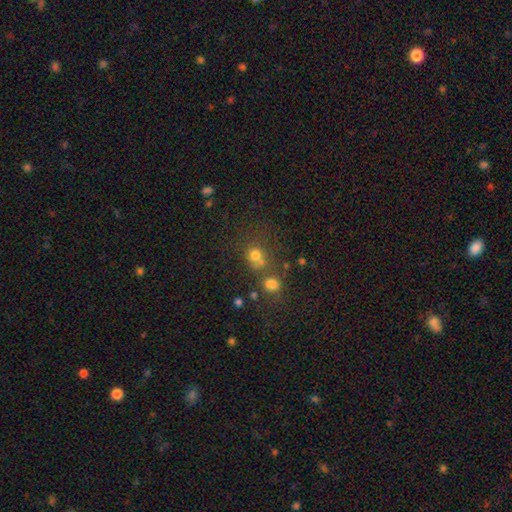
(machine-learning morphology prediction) A smooth galaxy with no disk features (70%) that is round (83%).

Vote fractions:
- Smooth or featured? smooth: 70% / star or artifact: 20% / featured or disk: 10%
- How rounded? round: 83% / in between: 16% / cigar-shaped: 1%
- Merging? none: 53% / merger: 31% / minor disturbance: 10% / major disturbance: 6%